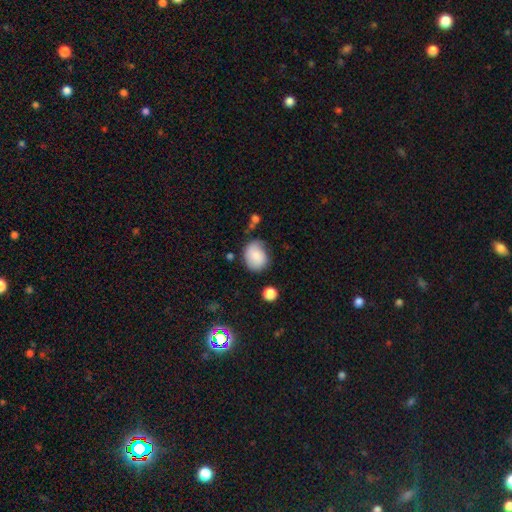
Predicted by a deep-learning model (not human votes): The model was most divided on "how rounded": round: 51%, in between: 48%, cigar-shaped: 1%. More confident: smooth or featured — smooth (81%); merging — none (62%).